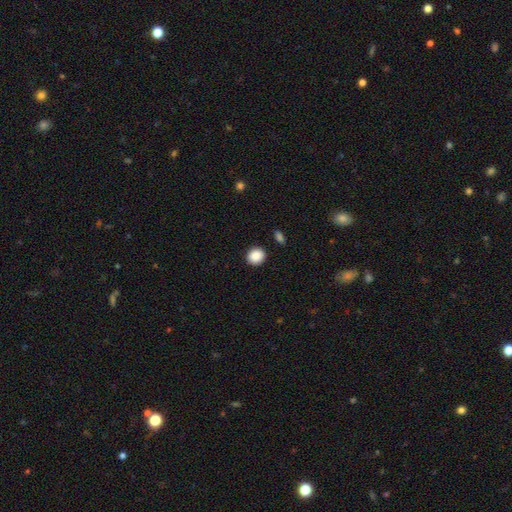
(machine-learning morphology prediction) This appears to be a smooth galaxy with no disk features (88%) that is round (79%). Merging: none (90%).